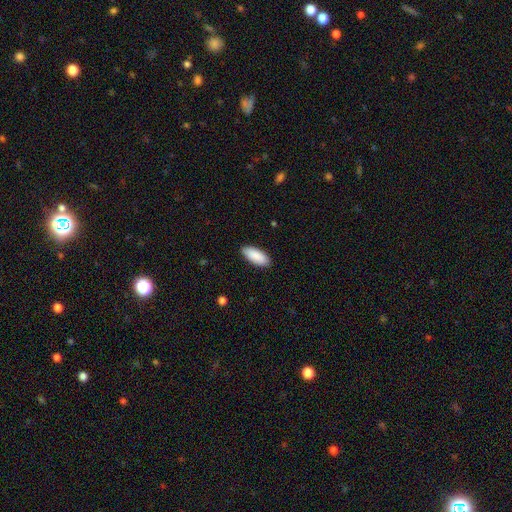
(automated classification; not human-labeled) This is clearly a smooth galaxy (91%). How rounded: clearly in between (85%). Merging: clearly none (89%).